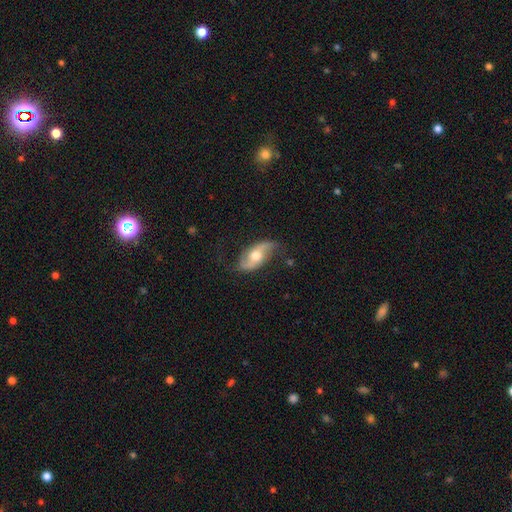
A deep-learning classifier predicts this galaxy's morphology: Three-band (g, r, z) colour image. It shows a featured or disk galaxy (72%) with no bar (55%), 2 (91%) loose (71%) spiral arms (89%) and a moderate central bulge (71%). Merging: none (69%).